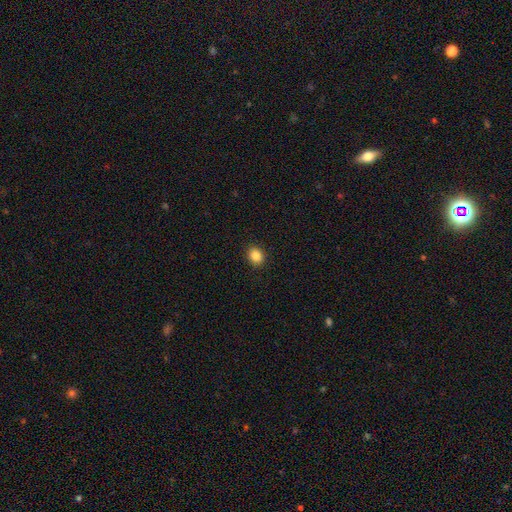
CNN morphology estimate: Smooth or featured?
  - smooth: 86% *
  - star or artifact: 10%
  - featured or disk: 4%
How rounded?
  - round: 57% *
  - in between: 42%
  - cigar-shaped: 1%
Merging?
  - none: 91% *
  - minor disturbance: 6%
  - major disturbance: 2%
  - merger: 1%